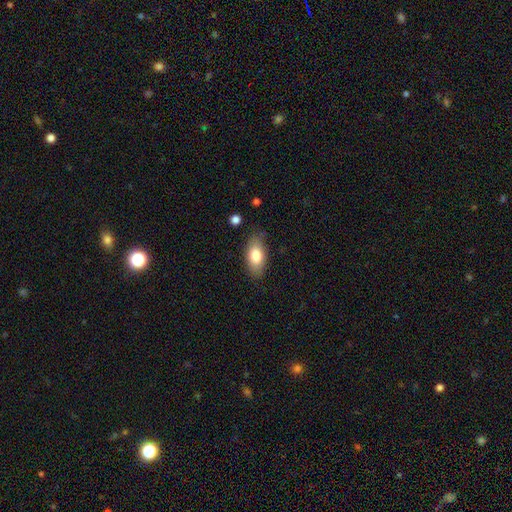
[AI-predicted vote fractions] A smooth galaxy with no disk features (80%) that is in between round and cigar-shaped (88%). Merging: none (79%).